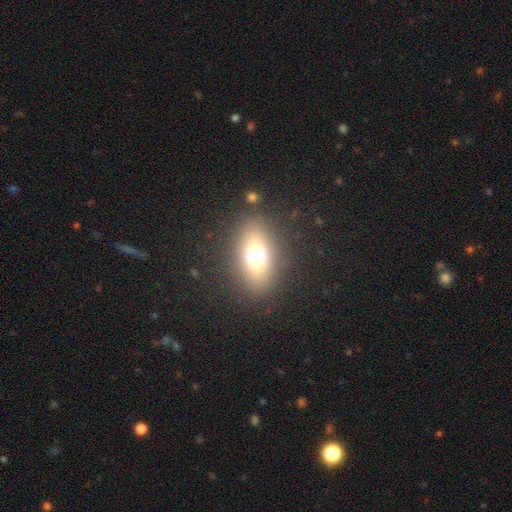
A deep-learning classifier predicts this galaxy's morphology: Overall: smooth (62%). How rounded: in between (67%; round 29%). Merging: none (84%).